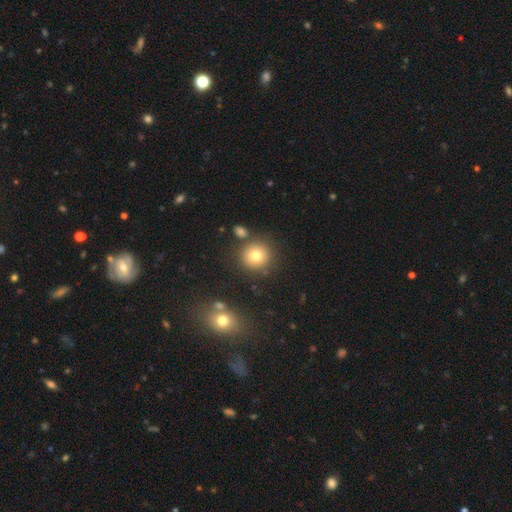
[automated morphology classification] type=smooth (77%); roundness=round (92%); merging=none (80%).